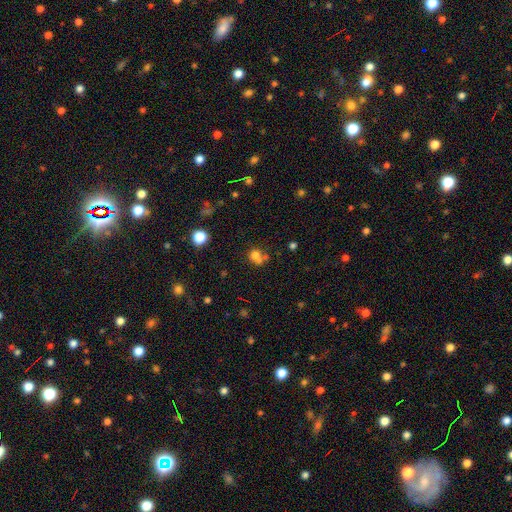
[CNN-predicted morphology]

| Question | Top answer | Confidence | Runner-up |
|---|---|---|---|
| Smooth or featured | smooth | 69% | star or artifact (17%) |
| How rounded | round | 82% | in between (17%) |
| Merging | merger | 44% | none (43%) |